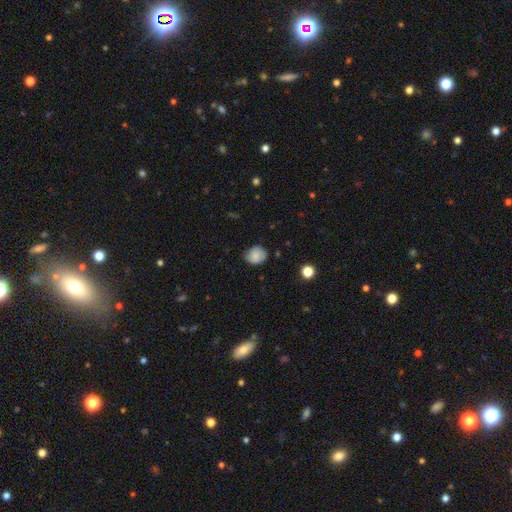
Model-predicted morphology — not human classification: Smooth or featured?
  - smooth: 80% *
  - featured or disk: 11%
  - star or artifact: 9%
How rounded?
  - round: 61% *
  - in between: 38%
  - cigar-shaped: 1%
Merging?
  - none: 70% *
  - minor disturbance: 24%
  - major disturbance: 4%
  - merger: 2%